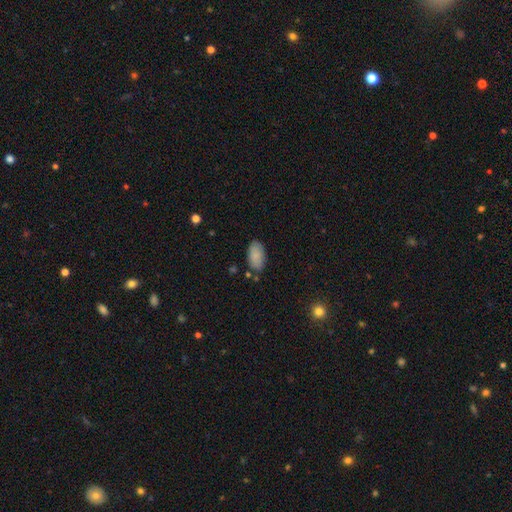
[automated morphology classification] Smooth or featured? Predicted: smooth (p=0.84). How rounded? Predicted: in between (p=0.94). Merging? Predicted: none (p=0.78).